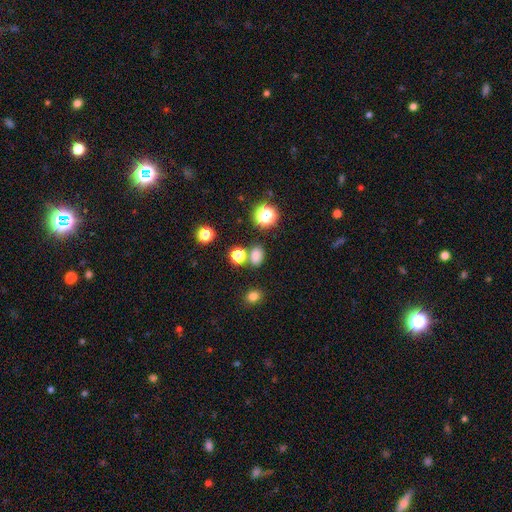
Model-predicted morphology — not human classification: Overall: smooth (75%). How rounded: in between (66%; round 32%). Merging: none (73%).